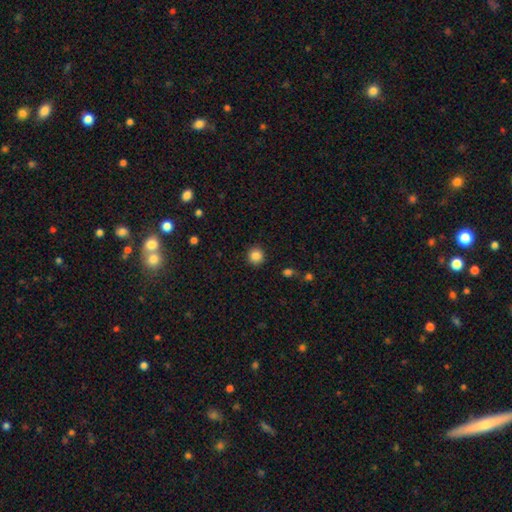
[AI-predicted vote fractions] A smooth galaxy with no disk features (86%) that is round (93%).

Vote fractions:
- Smooth or featured? smooth: 86% / star or artifact: 10% / featured or disk: 4%
- How rounded? round: 93% / in between: 6% / cigar-shaped: 1%
- Merging? none: 91% / minor disturbance: 6% / major disturbance: 2% / merger: 1%